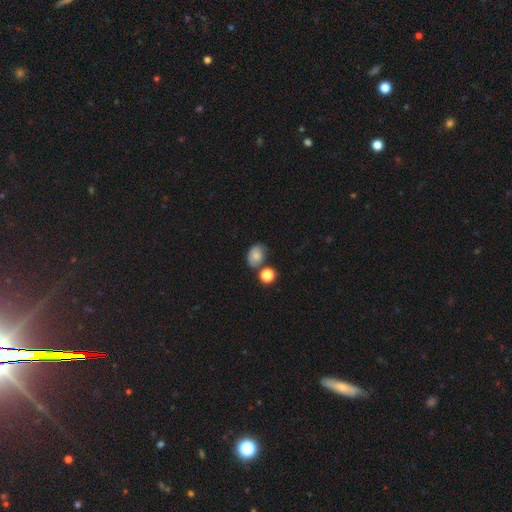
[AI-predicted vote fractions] This appears to be a smooth galaxy with no disk features (76%) that is in between round and cigar-shaped (70%). Merging: none (64%).